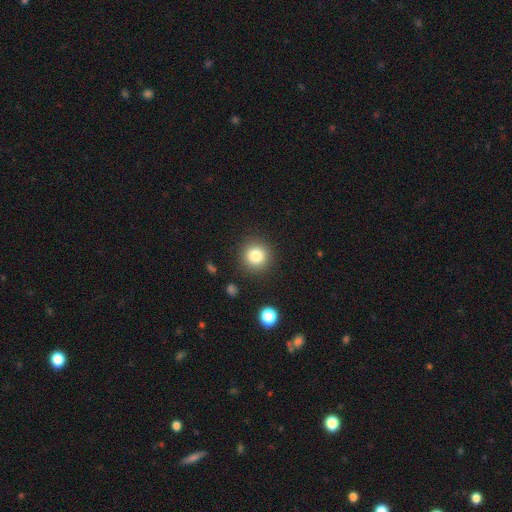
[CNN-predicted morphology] smooth-or-featured: smooth: 82% | star or artifact: 11% | featured or disk: 7%
  how-rounded: round: 93% | in between: 6% | cigar-shaped: 1%
  merging: none: 89% | minor disturbance: 7% | major disturbance: 3% | merger: 2%